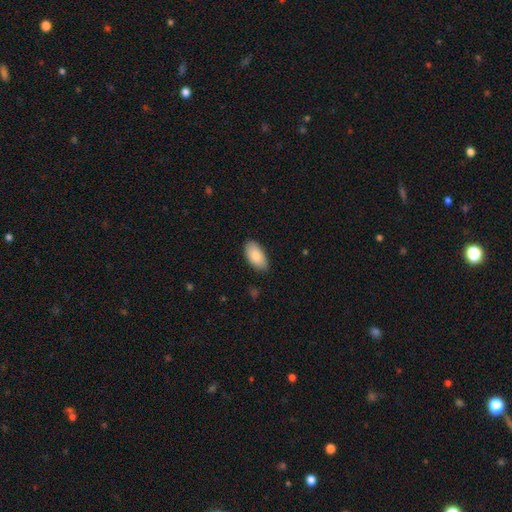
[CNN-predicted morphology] type=smooth (85%); roundness=in between (95%); merging=none (84%).